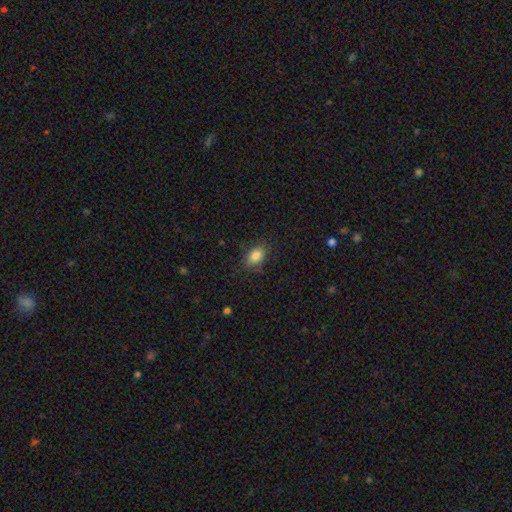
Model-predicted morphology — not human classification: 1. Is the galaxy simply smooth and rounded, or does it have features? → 83% smooth, 9% star or artifact, 8% featured or disk.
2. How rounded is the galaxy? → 83% in between, 15% round, 2% cigar-shaped.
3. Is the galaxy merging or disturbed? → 79% none, 15% minor disturbance, 4% major disturbance, 1% merger.